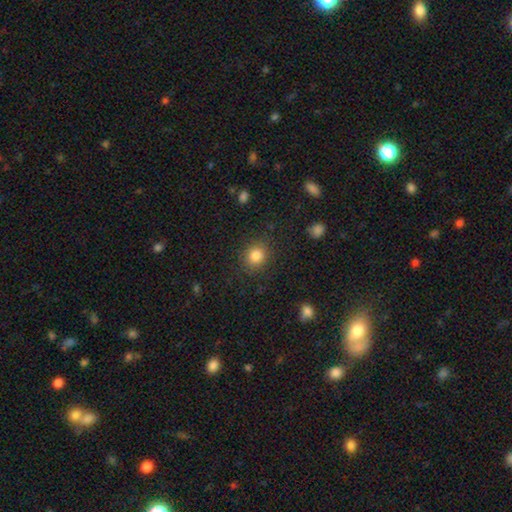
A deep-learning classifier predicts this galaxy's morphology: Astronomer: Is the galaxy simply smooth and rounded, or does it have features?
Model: smooth — 83%.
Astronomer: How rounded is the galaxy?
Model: round — 80%.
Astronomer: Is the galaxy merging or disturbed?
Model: none — 87%.